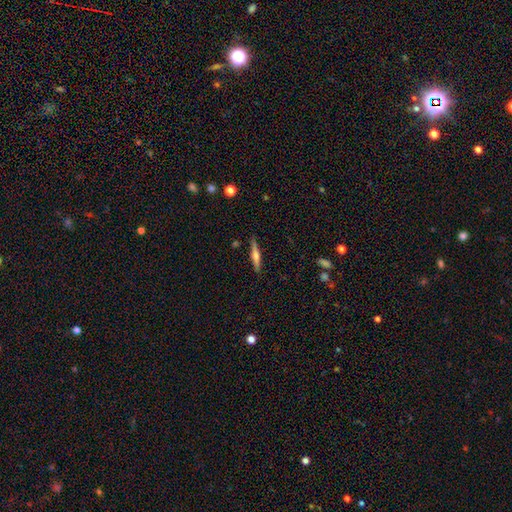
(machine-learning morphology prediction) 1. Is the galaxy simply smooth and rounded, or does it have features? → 58% featured or disk, 35% smooth, 6% star or artifact.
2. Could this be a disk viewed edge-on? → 97% yes, 3% no.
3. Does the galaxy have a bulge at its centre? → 83% rounded, 10% boxy, 7% none.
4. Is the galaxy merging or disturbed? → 88% none, 9% minor disturbance, 2% major disturbance, 2% merger.